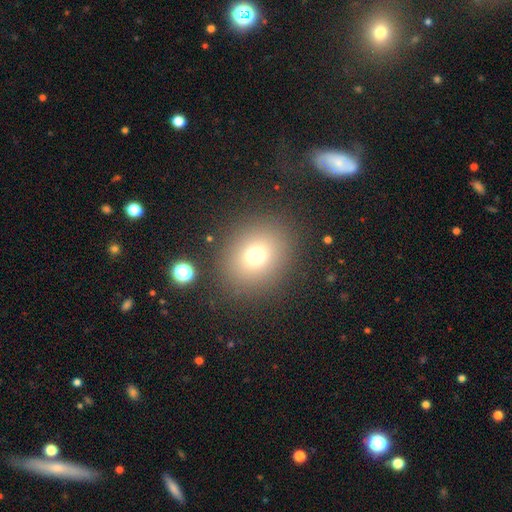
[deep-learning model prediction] smooth_or_featured: smooth (p=0.72) [alt: star or artifact p=0.18]
how_rounded: round (p=0.68) [alt: in between p=0.31]
merging: none (p=0.85) [alt: minor disturbance p=0.08]